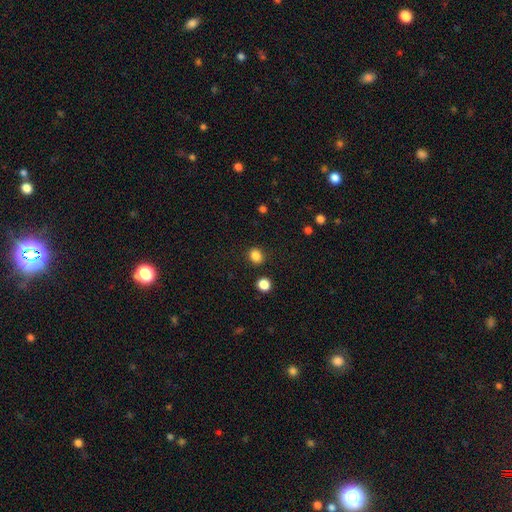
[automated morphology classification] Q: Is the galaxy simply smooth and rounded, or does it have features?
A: smooth — 85%.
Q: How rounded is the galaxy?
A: round — 68%.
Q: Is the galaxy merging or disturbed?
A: none — 87%.